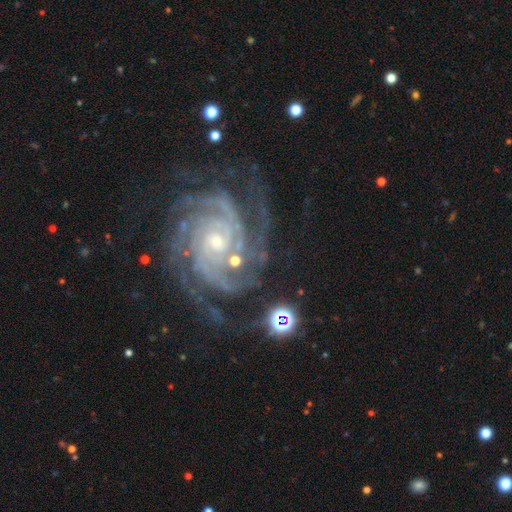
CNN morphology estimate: A featured or disk galaxy (90%) with no bar (66%), 4 (34%) tight (75%) spiral arms (99%) and a small central bulge (68%).

Vote fractions:
- Smooth or featured? featured or disk: 90% / star or artifact: 7% / smooth: 3%
- Edge-on disk? no: 97% / yes: 3%
- Bar? no: 66% / weak: 22% / strong: 12%
- Spiral arms? yes: 99% / no: 1%
- Spiral winding? tight: 75% / medium: 22% / loose: 3%
- Spiral arm count? 4: 34% / 3: 20% / more than 4: 18% / can't tell: 11% / 2: 10% / 1: 7%
- Bulge size? small: 68% / moderate: 27% / large: 2% / none: 2% / dominant: 1%
- Merging? none: 76% / minor disturbance: 15% / major disturbance: 7% / merger: 2%